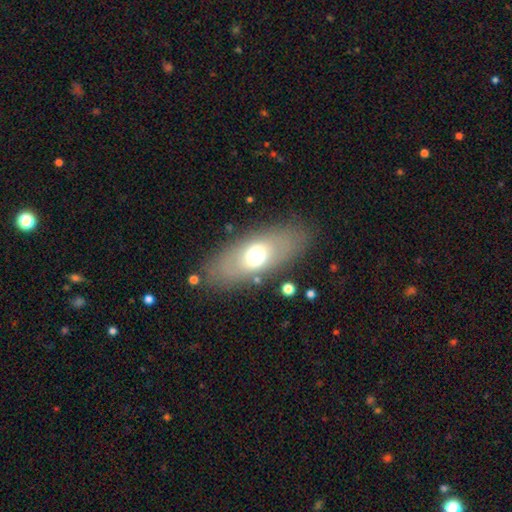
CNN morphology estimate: type=smooth (58%); roundness=in between (82%); merging=none (81%).